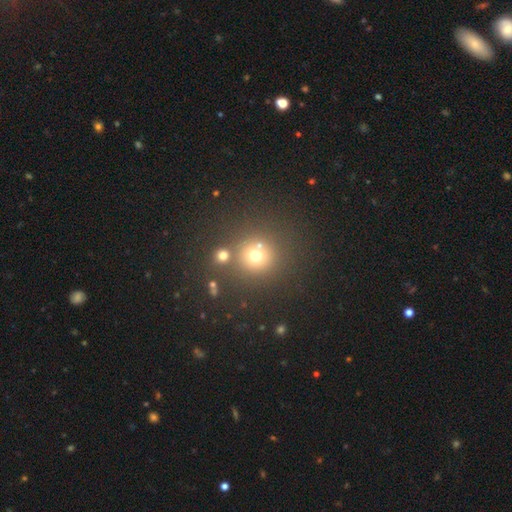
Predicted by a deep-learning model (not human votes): A smooth galaxy with no disk features (69%) that is round (91%). Merging: none (70%).